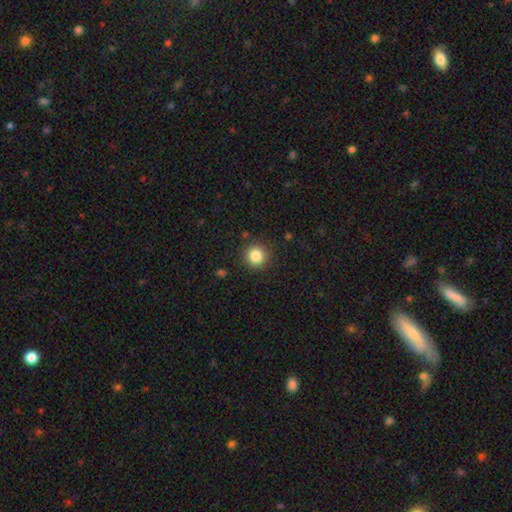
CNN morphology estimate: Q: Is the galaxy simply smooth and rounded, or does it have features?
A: smooth — 85%.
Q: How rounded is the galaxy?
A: round — 94%.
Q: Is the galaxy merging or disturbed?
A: none — 89%.